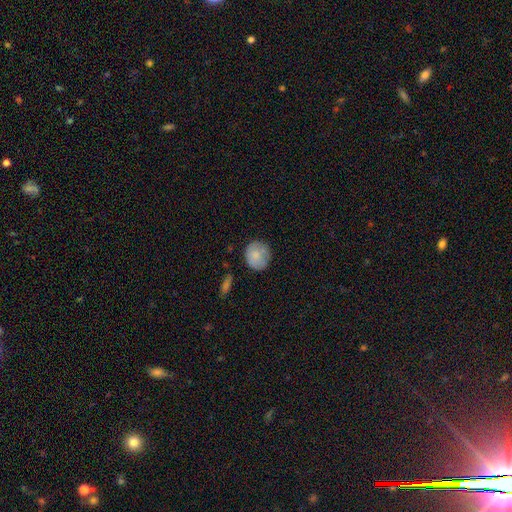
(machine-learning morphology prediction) A smooth galaxy with no disk features (79%) that is round (83%).

Vote fractions:
- Smooth or featured? smooth: 79% / featured or disk: 14% / star or artifact: 7%
- How rounded? round: 83% / in between: 16% / cigar-shaped: 1%
- Merging? none: 74% / minor disturbance: 19% / major disturbance: 4% / merger: 2%